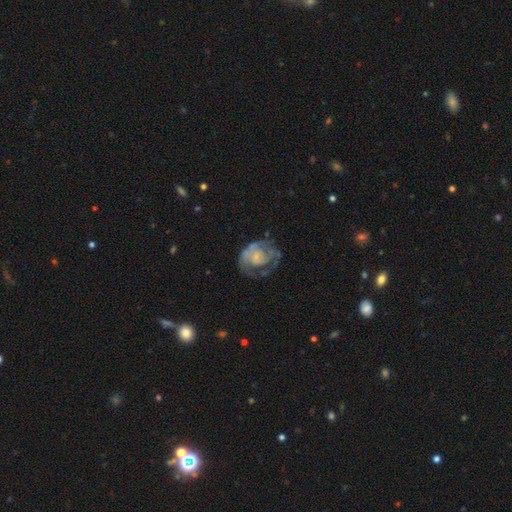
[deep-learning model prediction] This is likely a featured or disk galaxy (69%). It is clearly not viewed edge-on (98%). Bar: likely no (69%). Spiral arm pattern: likely yes (71%). Central bulge: possibly small (49%). Merging: marginally none (42%).